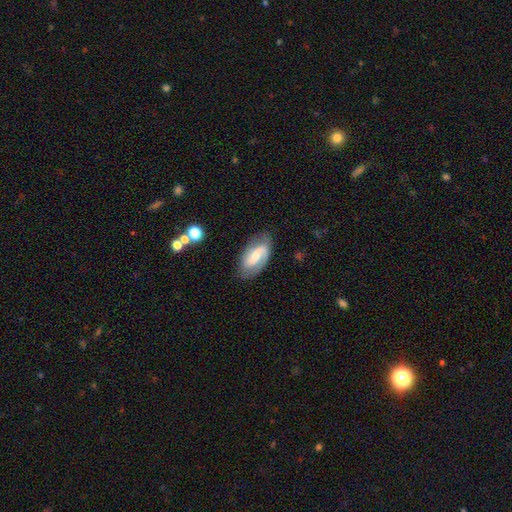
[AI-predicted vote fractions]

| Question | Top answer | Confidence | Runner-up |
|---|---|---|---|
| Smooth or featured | featured or disk | 74% | smooth (21%) |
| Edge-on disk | no | 96% | yes (4%) |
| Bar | weak | 48% | no (32%) |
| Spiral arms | yes | 92% | no (8%) |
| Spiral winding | medium | 42% | loose (39%) |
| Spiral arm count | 2 | 83% | 1 (7%) |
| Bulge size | moderate | 49% | small (44%) |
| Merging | none | 77% | minor disturbance (17%) |